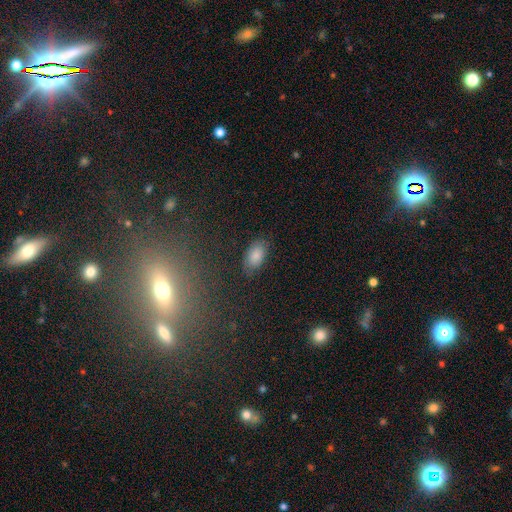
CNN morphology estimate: Smooth or featured: smooth — 83% (star or artifact — 9%)
How rounded: in between — 94% (round — 4%)
Merging: none — 80% (minor disturbance — 14%)